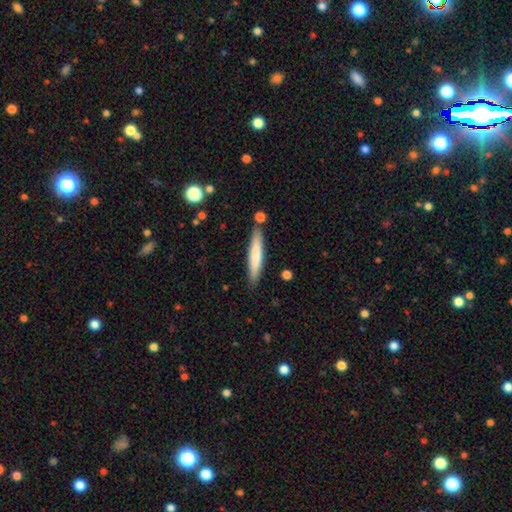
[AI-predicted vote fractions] Q: Smooth or featured?
A: smooth (70%); runner-up: featured or disk (24%)
Q: How rounded?
A: cigar-shaped (92%); runner-up: in between (7%)
Q: Merging?
A: none (84%); runner-up: minor disturbance (10%)